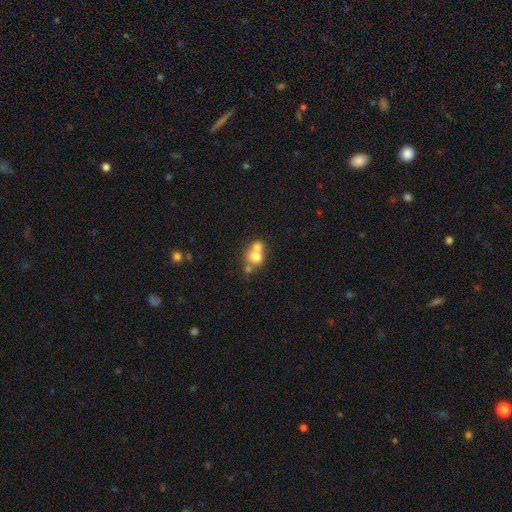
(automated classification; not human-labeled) This is likely a smooth galaxy (68%). How rounded: likely round (69%). Merging: likely merger (61%).